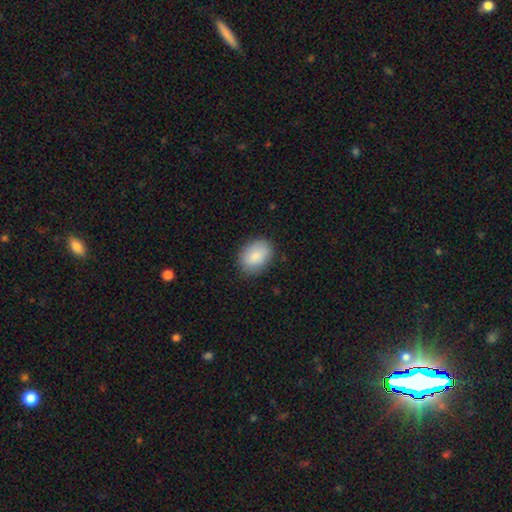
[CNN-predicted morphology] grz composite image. It shows a smooth galaxy with no disk features (86%) that is in between round and cigar-shaped (77%). Merging: none (83%).